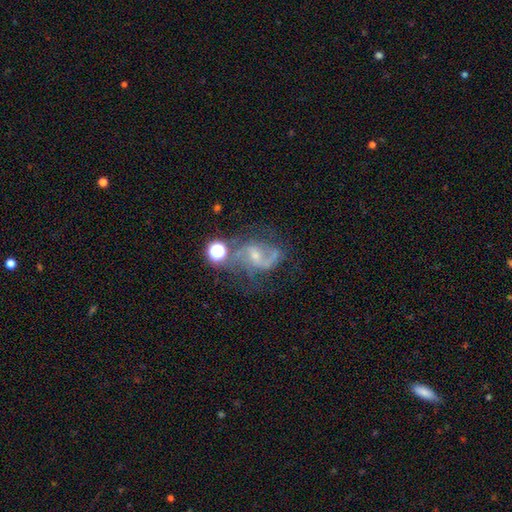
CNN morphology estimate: Smooth or featured? featured or disk (76%)
Edge-on disk? no (97%)
Bar? weak (44%)
Spiral arms? yes (91%)
Spiral winding? medium (45%)
Spiral arm count? 2 (74%)
Bulge size? small (63%)
Merging? none (47%)